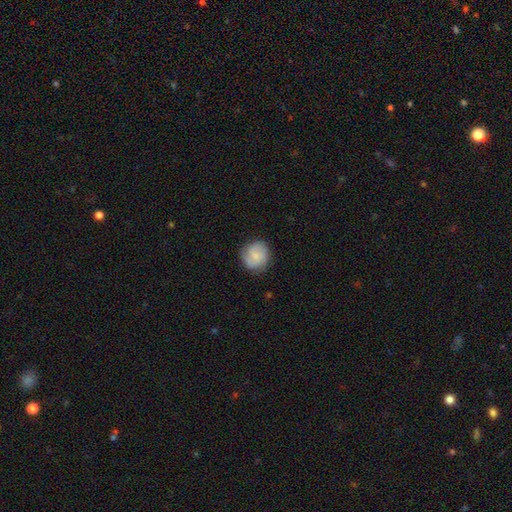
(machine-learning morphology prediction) Smooth or featured? Predicted: smooth (p=0.65). How rounded? Predicted: round (p=0.88). Merging? Predicted: none (p=0.79).